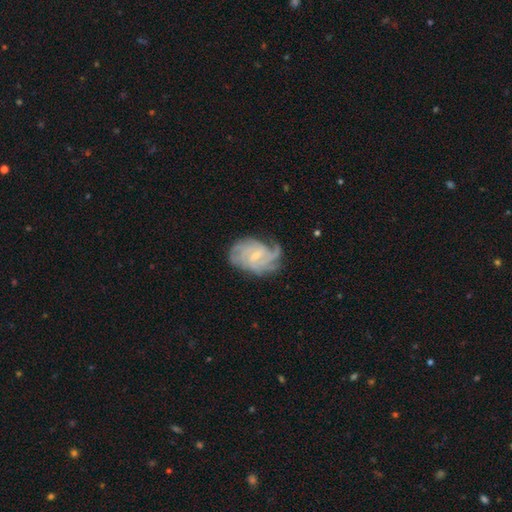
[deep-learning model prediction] Q: Smooth or featured?
A: featured or disk (86%); runner-up: smooth (8%)
Q: Edge-on disk?
A: no (97%); runner-up: yes (3%)
Q: Bar?
A: weak (57%); runner-up: no (29%)
Q: Spiral arms?
A: yes (96%); runner-up: no (4%)
Q: Spiral winding?
A: tight (55%); runner-up: medium (36%)
Q: Spiral arm count?
A: can't tell (27%); runner-up: 4 (26%)
Q: Bulge size?
A: small (68%); runner-up: moderate (26%)
Q: Merging?
A: none (64%); runner-up: minor disturbance (23%)